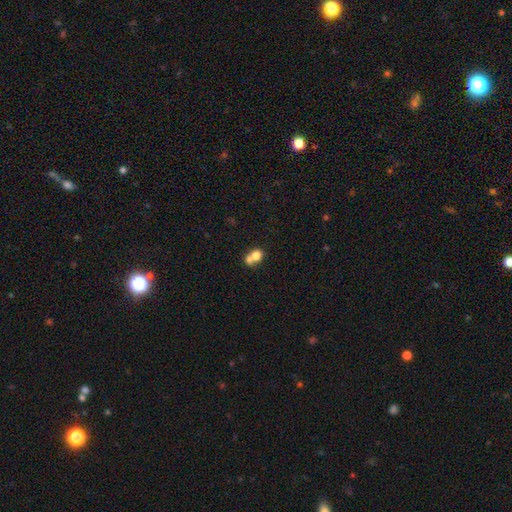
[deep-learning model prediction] smooth 74%, featured or disk 16%, star or artifact 10%. Down the decision tree: how rounded — round (67%); merging — merger (63%).